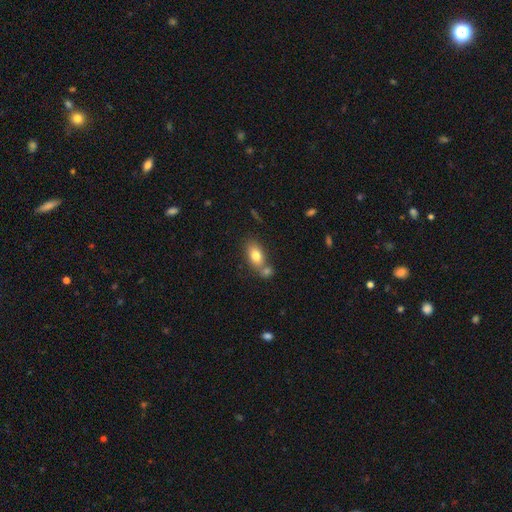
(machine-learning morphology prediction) type=smooth (77%); roundness=in between (84%); merging=none (51%).